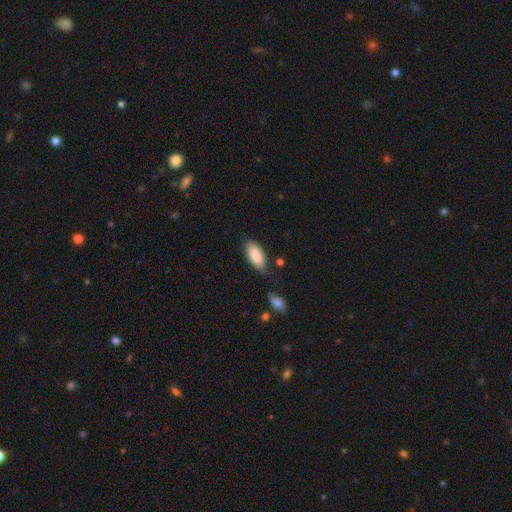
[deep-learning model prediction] Morphology: type=smooth (84%); roundness=in between (90%); merging=none (67%).